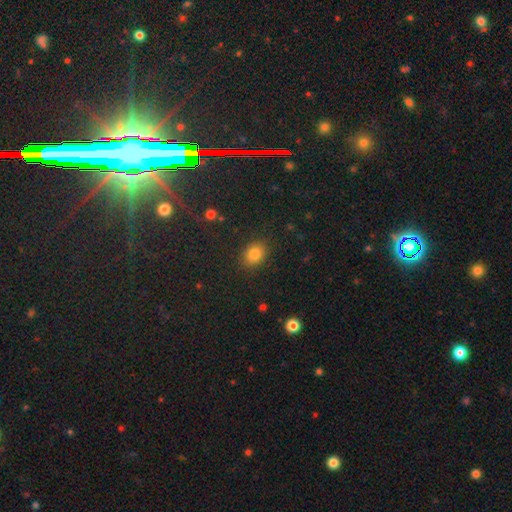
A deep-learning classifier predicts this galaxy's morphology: A smooth galaxy with no disk features (75%) that is in between round and cigar-shaped (56%). Merging: none (88%).